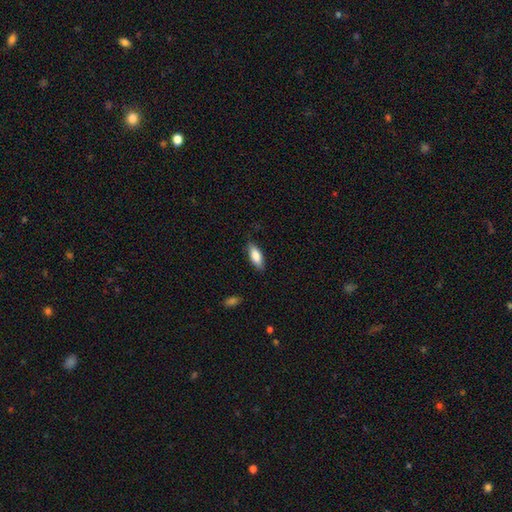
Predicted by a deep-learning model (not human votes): Smooth or featured: smooth — 82% (featured or disk — 12%)
How rounded: in between — 72% (cigar-shaped — 26%)
Merging: none — 82% (minor disturbance — 14%)